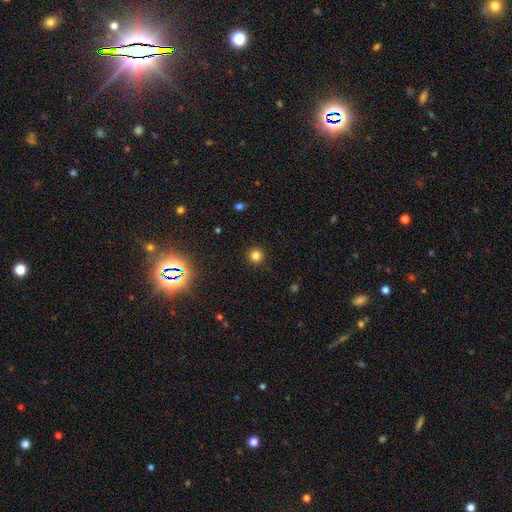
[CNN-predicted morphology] Smooth or featured? Predicted: smooth (p=0.79). How rounded? Predicted: round (p=0.95). Merging? Predicted: none (p=0.92).